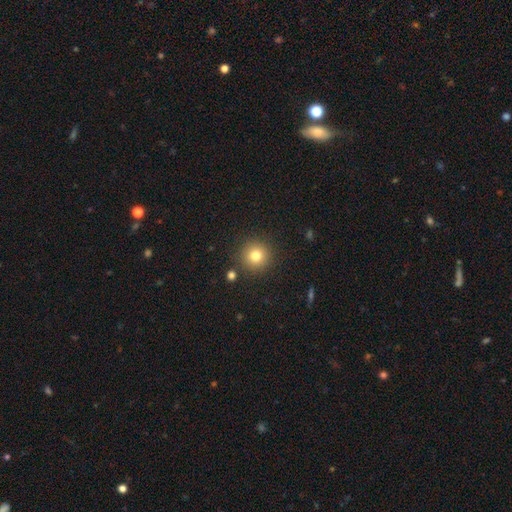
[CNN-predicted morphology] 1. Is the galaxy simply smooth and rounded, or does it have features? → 80% smooth, 12% star or artifact, 8% featured or disk.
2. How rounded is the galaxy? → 94% round, 5% in between, 1% cigar-shaped.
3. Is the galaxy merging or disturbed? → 88% none, 7% minor disturbance, 3% merger, 2% major disturbance.